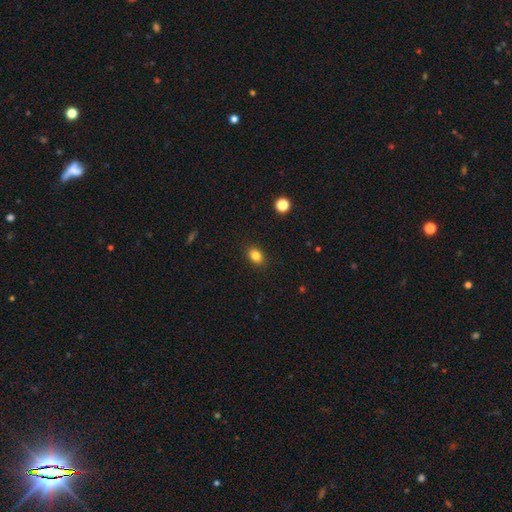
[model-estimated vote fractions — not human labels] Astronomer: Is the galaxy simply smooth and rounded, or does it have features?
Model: smooth — 84%.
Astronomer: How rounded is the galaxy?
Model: in between — 66%.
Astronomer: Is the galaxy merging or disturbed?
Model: none — 89%.